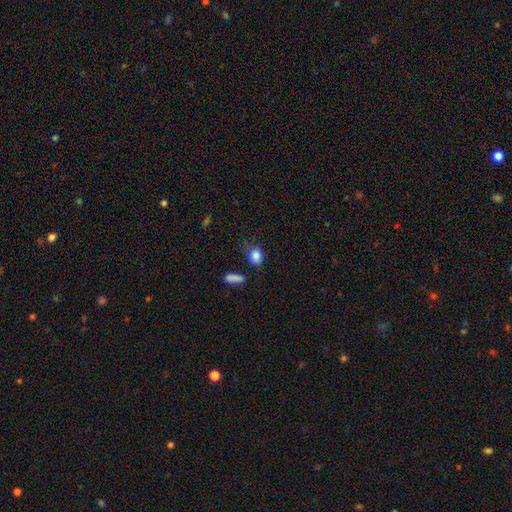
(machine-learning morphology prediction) Smooth or featured? smooth (85%)
How rounded? in between (56%)
Merging? none (57%)